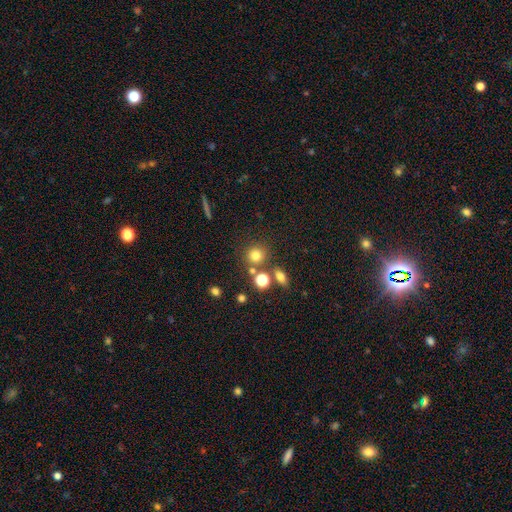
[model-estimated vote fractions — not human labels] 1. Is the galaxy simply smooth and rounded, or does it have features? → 76% smooth, 16% star or artifact, 8% featured or disk.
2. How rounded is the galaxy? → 87% round, 12% in between, 1% cigar-shaped.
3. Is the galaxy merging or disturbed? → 73% none, 13% merger, 10% minor disturbance, 4% major disturbance.